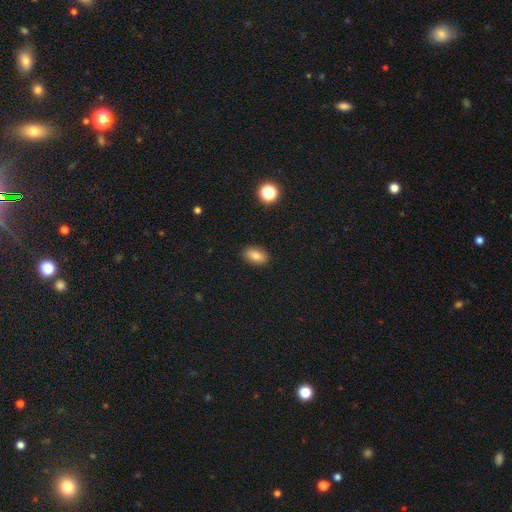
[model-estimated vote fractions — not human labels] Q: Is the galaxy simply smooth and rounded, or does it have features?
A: smooth — 79%.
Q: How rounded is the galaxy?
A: in between — 87%.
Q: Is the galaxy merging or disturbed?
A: none — 89%.